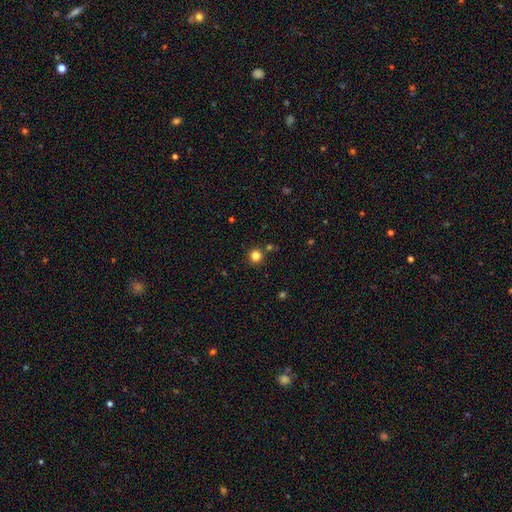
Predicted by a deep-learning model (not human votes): Morphology: type=smooth (81%); roundness=round (95%); merging=none (88%).